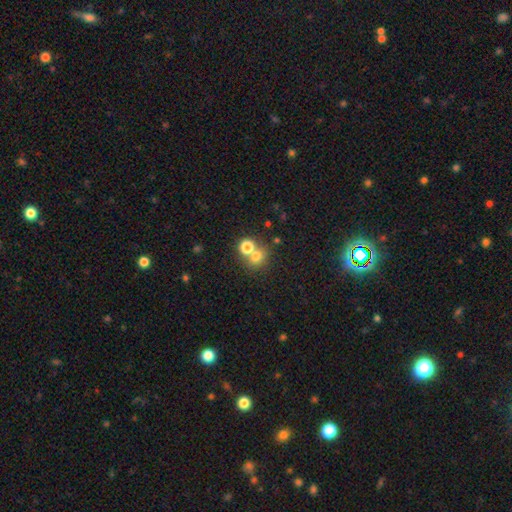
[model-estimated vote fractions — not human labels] A smooth galaxy with no disk features (71%) that is round (77%). Merging: none (52%).